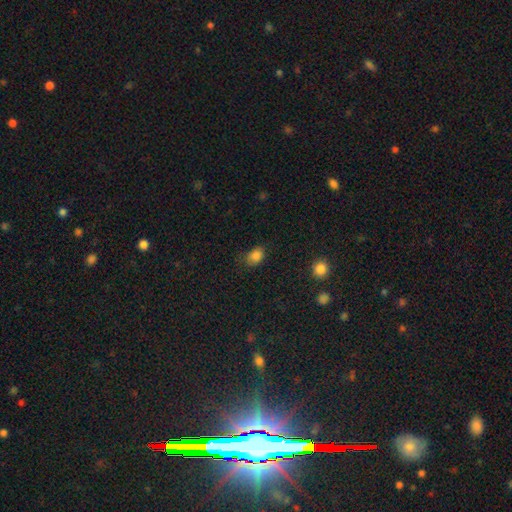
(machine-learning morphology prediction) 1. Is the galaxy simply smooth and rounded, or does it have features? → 84% smooth, 12% star or artifact, 4% featured or disk.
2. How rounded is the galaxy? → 74% in between, 25% round, 1% cigar-shaped.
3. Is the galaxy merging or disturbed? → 67% none, 25% minor disturbance, 6% major disturbance, 2% merger.